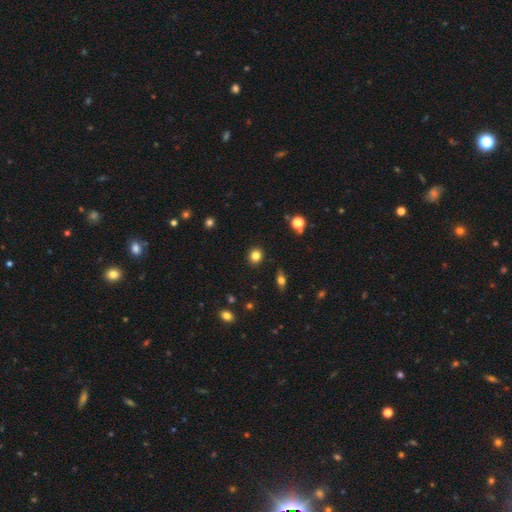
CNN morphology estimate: This is clearly a smooth galaxy (82%). How rounded: clearly round (81%). Merging: clearly none (90%).